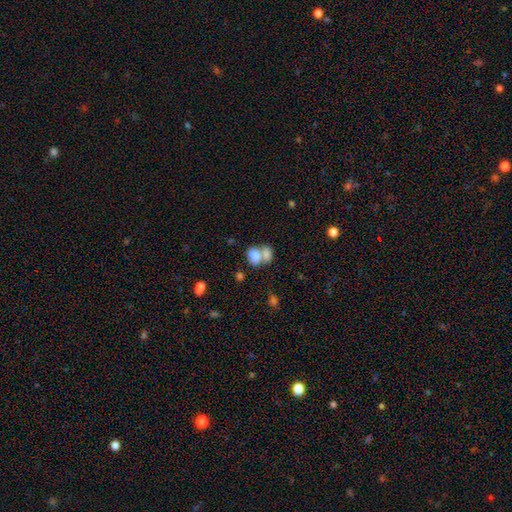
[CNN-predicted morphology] Overall: smooth (77%). How rounded: in between (69%; round 30%). Merging: merger (64%).